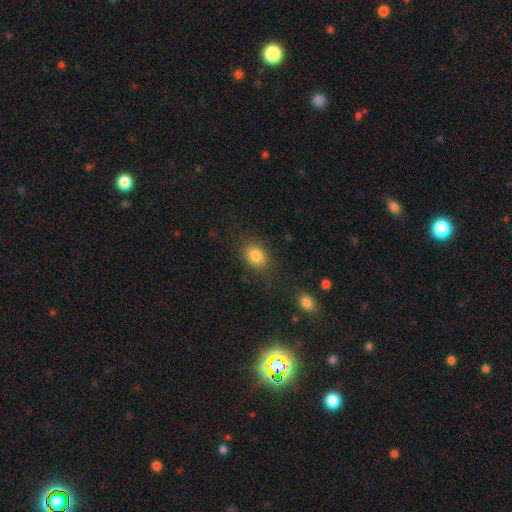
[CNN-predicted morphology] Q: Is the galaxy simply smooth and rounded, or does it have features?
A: smooth — 83%.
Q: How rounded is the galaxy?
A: in between — 65%.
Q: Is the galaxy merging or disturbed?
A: none — 79%.